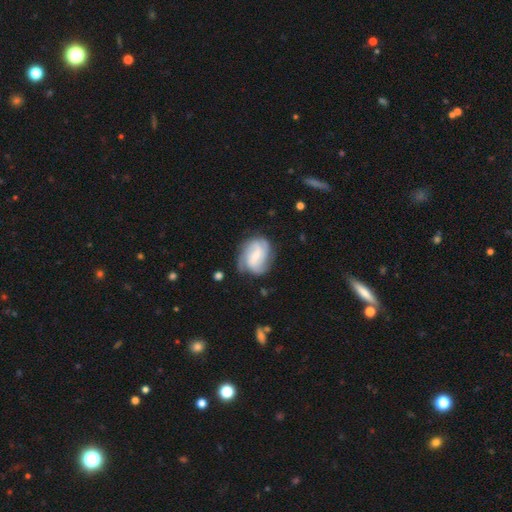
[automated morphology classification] Smooth or featured? Predicted: featured or disk (p=0.79). Edge-on disk? Predicted: no (p=0.98). Bar? Predicted: weak (p=0.53). Spiral arms? Predicted: yes (p=0.95). Spiral winding? Predicted: tight (p=0.44). Spiral arm count? Predicted: 3 (p=0.35). Bulge size? Predicted: small (p=0.52). Merging? Predicted: none (p=0.68).